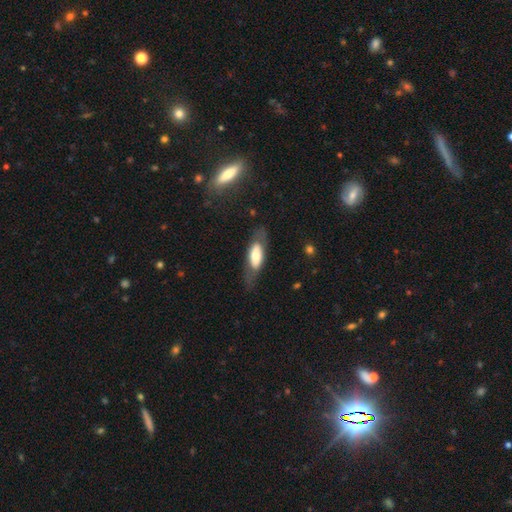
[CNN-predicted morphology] This is possibly a smooth galaxy (53%). How rounded: likely in between (70%). Merging: likely none (68%).